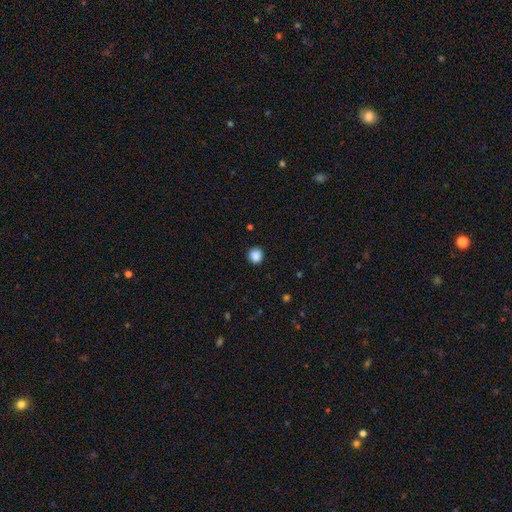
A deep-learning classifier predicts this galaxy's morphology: Smooth or featured? Predicted: smooth (p=0.87). How rounded? Predicted: round (p=0.91). Merging? Predicted: none (p=0.90).